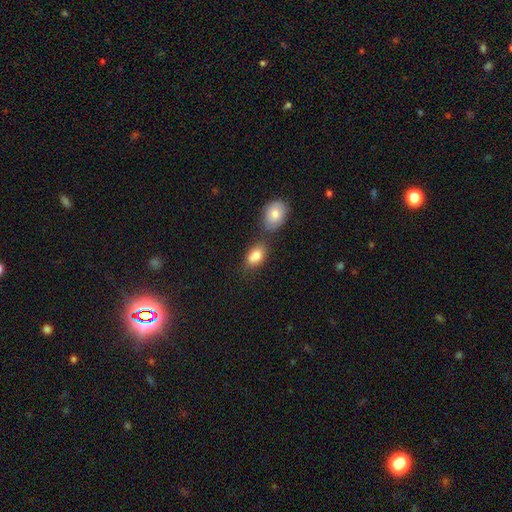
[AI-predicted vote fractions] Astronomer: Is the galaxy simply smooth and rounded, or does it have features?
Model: smooth — 82%.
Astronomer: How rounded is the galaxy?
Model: in between — 86%.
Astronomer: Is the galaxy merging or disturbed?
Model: none — 49% (runner-up: merger, 30%).